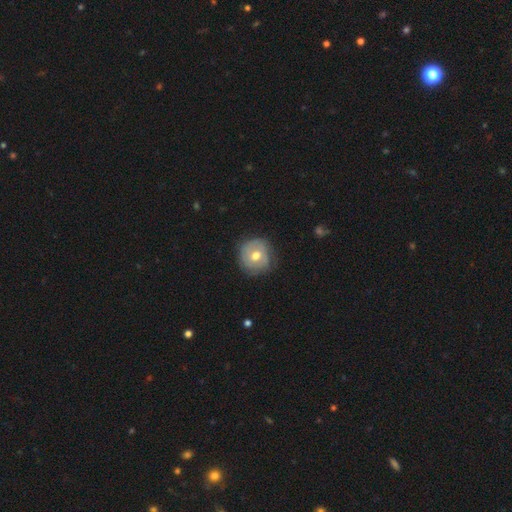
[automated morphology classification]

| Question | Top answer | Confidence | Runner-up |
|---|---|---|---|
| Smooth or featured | smooth | 47% | featured or disk (46%) |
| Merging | none | 72% | minor disturbance (21%) |